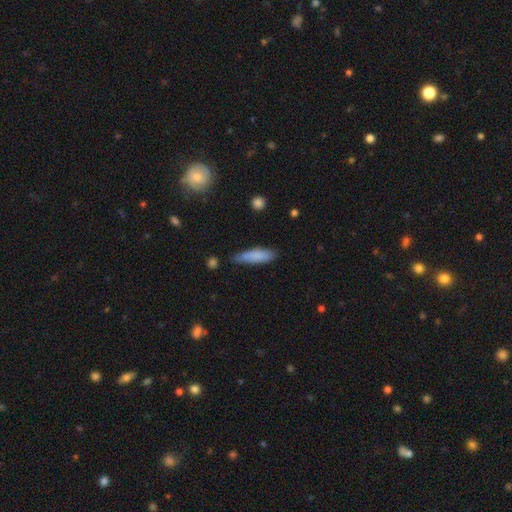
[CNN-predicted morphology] A smooth galaxy with no disk features (82%) that is cigar-shaped (60%). Merging: none (67%).